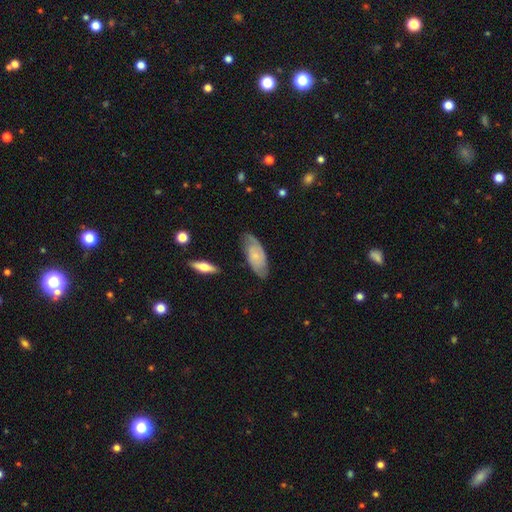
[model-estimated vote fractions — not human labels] The model was most divided on "smooth or featured": featured or disk: 51%, smooth: 43%, star or artifact: 6%. More confident: edge-on disk — no (88%); merging — none (69%).